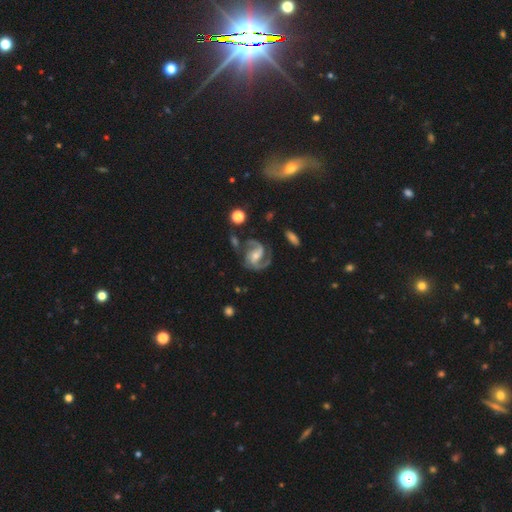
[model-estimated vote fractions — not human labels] Smooth or featured: featured or disk — 91% (star or artifact — 5%)
Edge-on disk: no — 98% (yes — 2%)
Bar: weak — 44% (no — 30%)
Spiral arms: yes — 98% (no — 2%)
Spiral winding: medium — 60% (tight — 25%)
Spiral arm count: 2 — 87% (3 — 5%)
Bulge size: small — 49% (moderate — 43%)
Merging: none — 68% (minor disturbance — 18%)